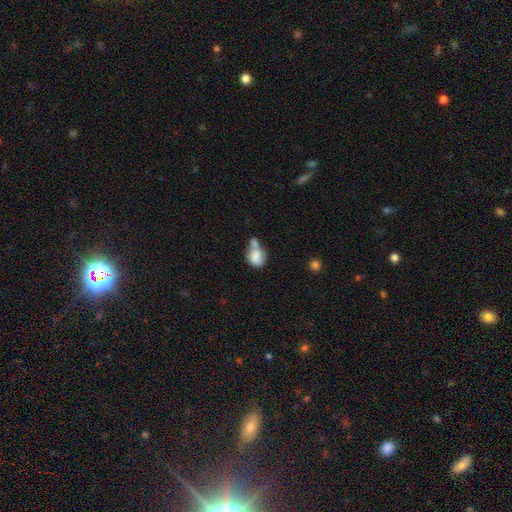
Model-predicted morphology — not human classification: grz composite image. It shows a smooth galaxy with no disk features (71%) that is in between round and cigar-shaped (56%). Merging: merger (54%).